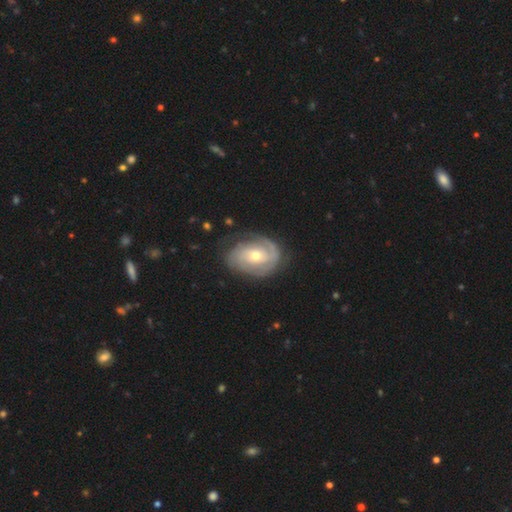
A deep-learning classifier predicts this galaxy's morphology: smooth-or-featured: featured or disk: 77% | smooth: 18% | star or artifact: 5%
  disk-edge-on: no: 96% | yes: 4%
    bar: no: 58% | weak: 33% | strong: 9%
    has-spiral-arms: yes: 90% | no: 10%
      spiral-winding: tight: 59% | medium: 30% | loose: 11%
      spiral-arm-count: 2: 41% | can't tell: 30% | 3: 12% | 1: 10% | 4: 3% | more than 4: 3%
    bulge-size: moderate: 55% | small: 40% | large: 3% | none: 1% | dominant: 1%
  merging: none: 70% | minor disturbance: 21% | major disturbance: 8% | merger: 1%